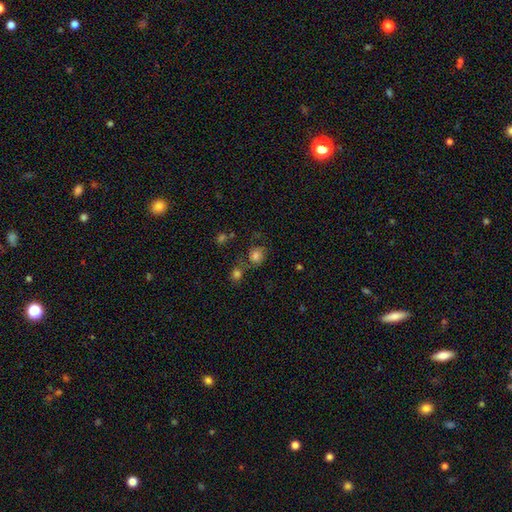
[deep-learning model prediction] Overall: smooth (72%). How rounded: round (73%). Merging: none (54%; merger 20%).